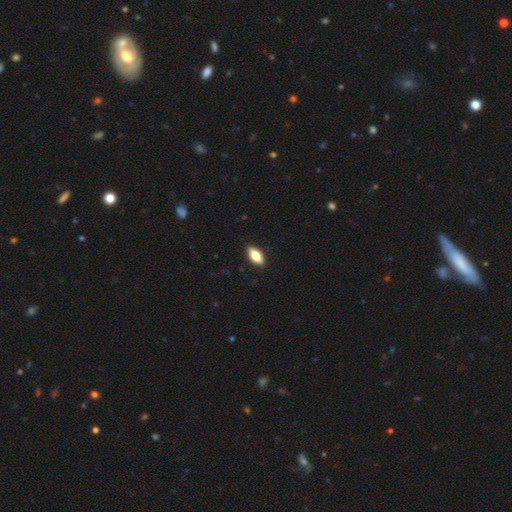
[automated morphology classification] This appears to be a smooth galaxy with no disk features (75%) that is in between round and cigar-shaped (85%). Merging: none (90%).